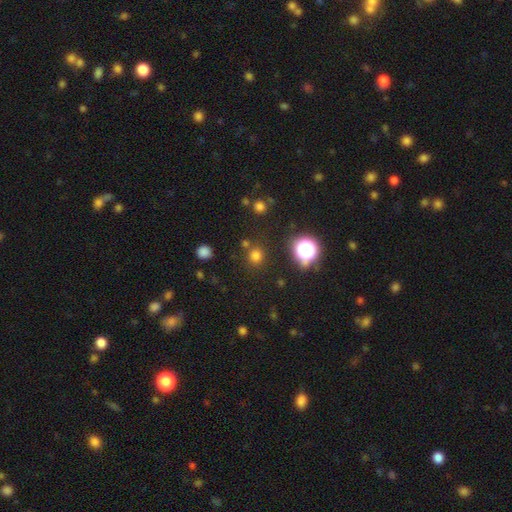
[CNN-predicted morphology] smooth-or-featured: smooth: 73% | star or artifact: 22% | featured or disk: 5%
  how-rounded: round: 89% | in between: 10% | cigar-shaped: 1%
  merging: none: 82% | minor disturbance: 8% | merger: 6% | major disturbance: 4%